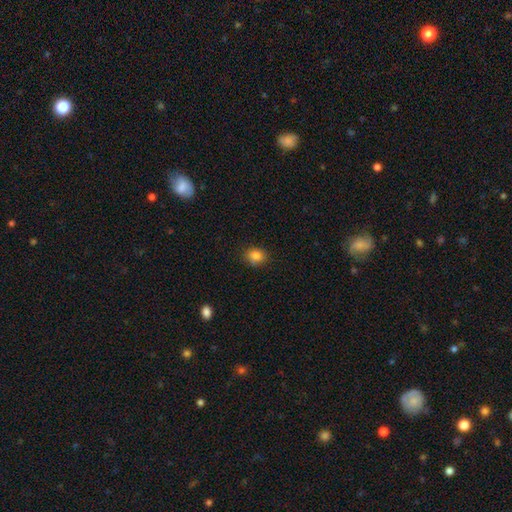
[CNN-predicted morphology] Q: Smooth or featured?
A: smooth (84%); runner-up: star or artifact (11%)
Q: How rounded?
A: round (56%); runner-up: in between (43%)
Q: Merging?
A: none (86%); runner-up: minor disturbance (11%)